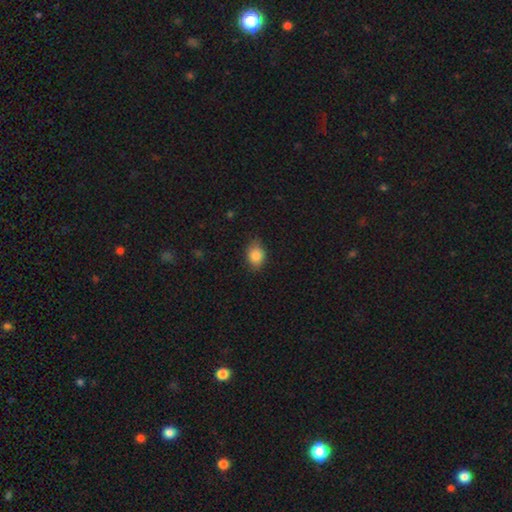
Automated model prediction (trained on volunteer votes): Q: Smooth or featured?
A: smooth (85%); runner-up: star or artifact (8%)
Q: How rounded?
A: in between (63%); runner-up: round (35%)
Q: Merging?
A: none (76%); runner-up: minor disturbance (20%)